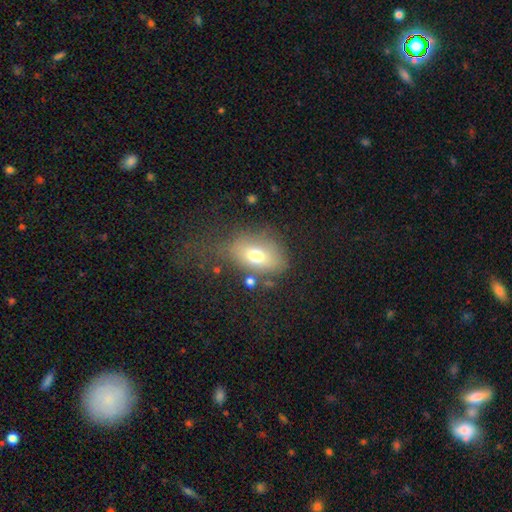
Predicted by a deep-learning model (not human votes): Overall: smooth (69%). How rounded: in between (77%). Merging: none (57%; minor disturbance 22%).